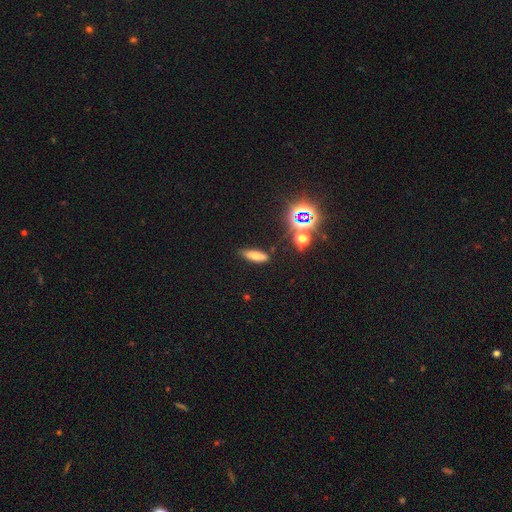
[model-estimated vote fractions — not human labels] Overall: smooth (67%). How rounded: in between (49%; cigar-shaped 47%). Merging: none (80%).